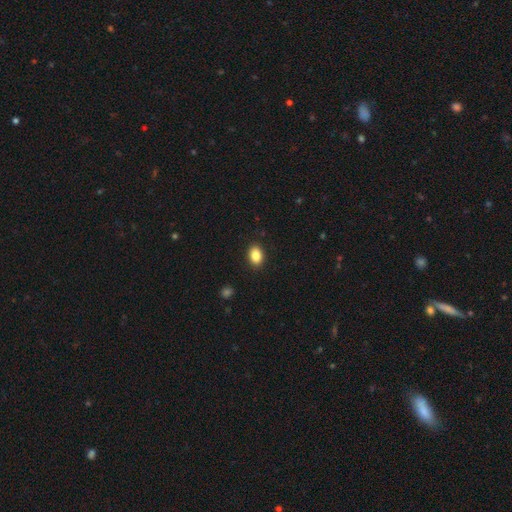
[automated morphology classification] Overall: smooth (87%). How rounded: in between (79%). Merging: none (90%).